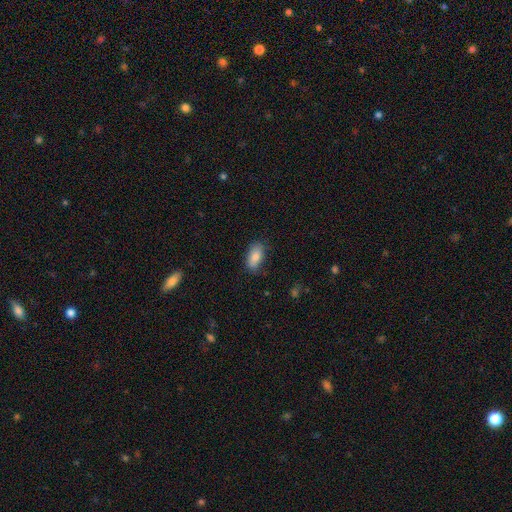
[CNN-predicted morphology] smooth-or-featured: smooth: 86% | featured or disk: 7% | star or artifact: 7%
  how-rounded: in between: 92% | cigar-shaped: 5% | round: 3%
  merging: none: 79% | minor disturbance: 16% | major disturbance: 3% | merger: 1%